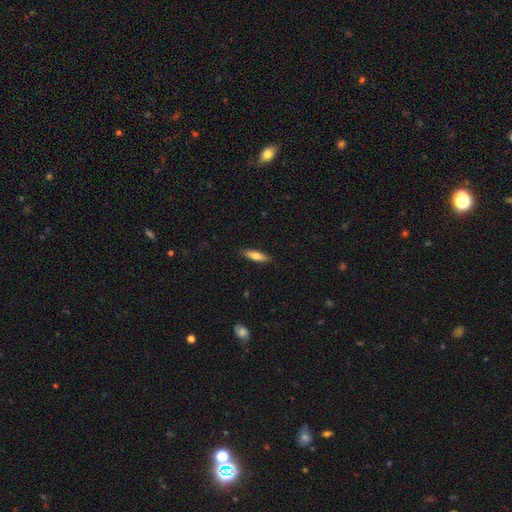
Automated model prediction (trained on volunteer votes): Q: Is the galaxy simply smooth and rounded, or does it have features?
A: smooth — 68%.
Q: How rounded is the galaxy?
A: cigar-shaped — 67%.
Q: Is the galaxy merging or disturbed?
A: none — 87%.